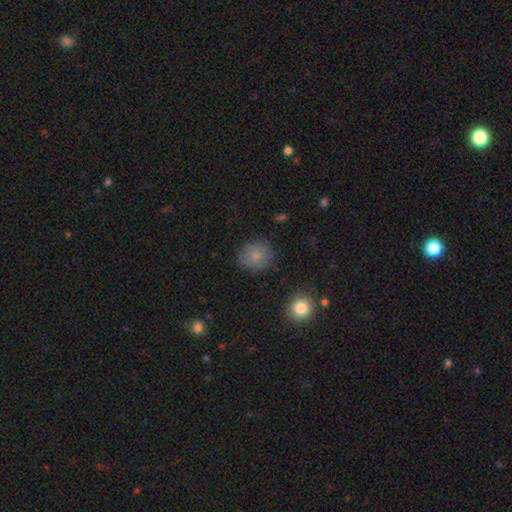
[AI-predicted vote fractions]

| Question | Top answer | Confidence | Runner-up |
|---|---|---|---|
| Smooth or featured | smooth | 78% | featured or disk (13%) |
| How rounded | round | 75% | in between (24%) |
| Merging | none | 80% | minor disturbance (15%) |